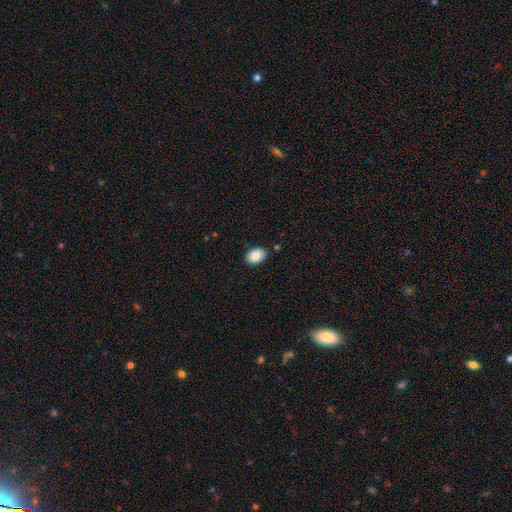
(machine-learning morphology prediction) type=smooth (87%); roundness=in between (82%); merging=none (86%).